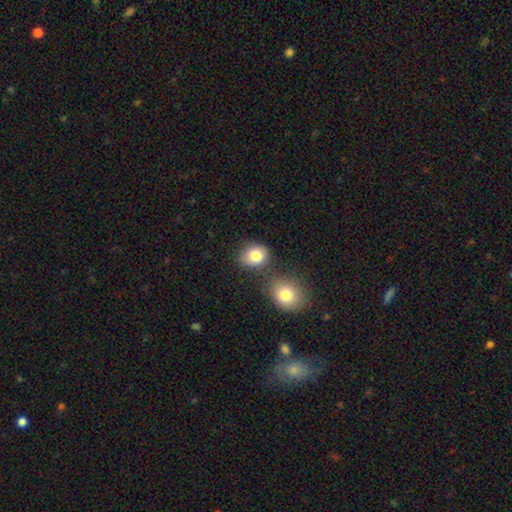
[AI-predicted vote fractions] Smooth or featured: smooth — 83% (star or artifact — 9%)
How rounded: round — 65% (in between — 34%)
Merging: none — 66% (merger — 18%)